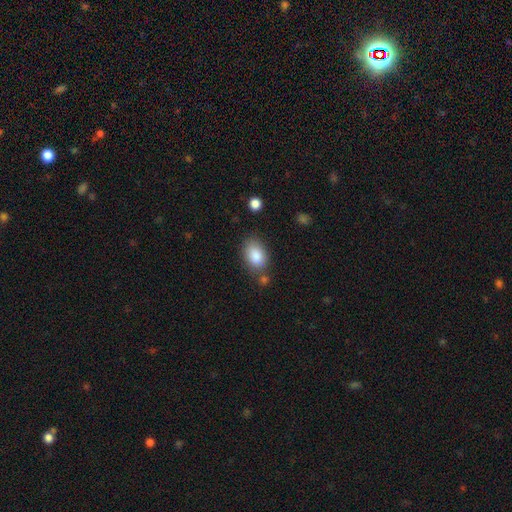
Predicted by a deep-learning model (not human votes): The model was most divided on "merging": none: 70%, minor disturbance: 17%, merger: 7%, major disturbance: 5%. More confident: how rounded — in between (87%); smooth or featured — smooth (87%).